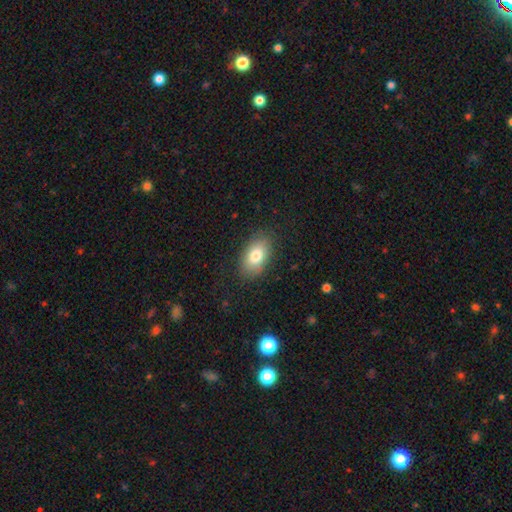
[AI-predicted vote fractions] Overall: smooth (80%). How rounded: in between (91%). Merging: none (85%).